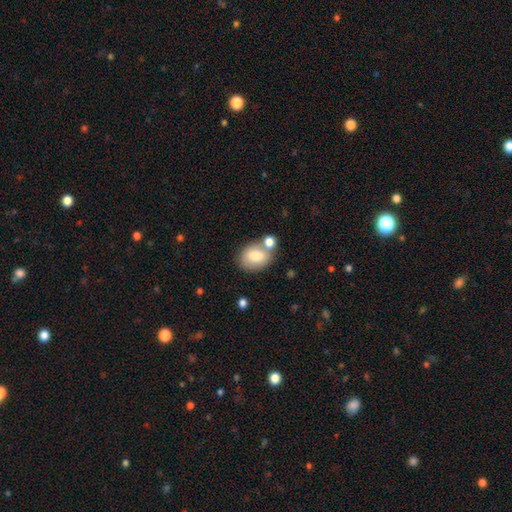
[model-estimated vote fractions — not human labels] Morphology: type=smooth (78%); roundness=in between (64%); merging=none (57%).